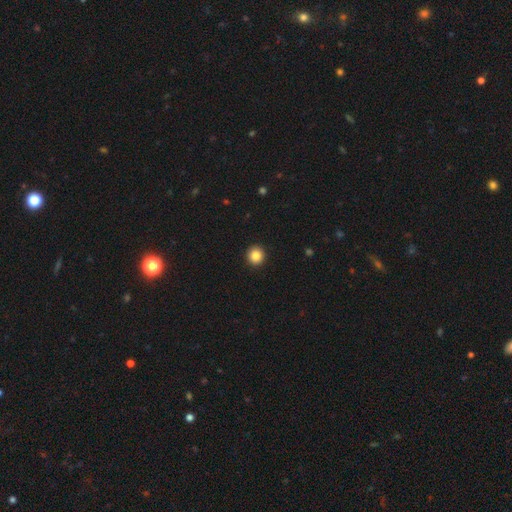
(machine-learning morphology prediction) A smooth galaxy with no disk features (86%) that is round (92%). Merging: none (93%).